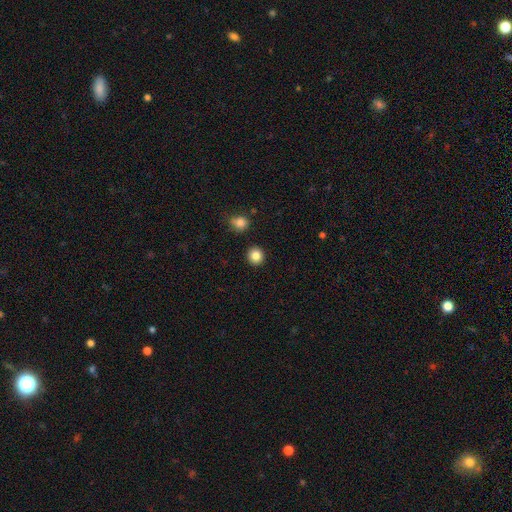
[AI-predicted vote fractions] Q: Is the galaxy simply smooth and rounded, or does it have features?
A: smooth — 85%.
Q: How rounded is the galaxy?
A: round — 90%.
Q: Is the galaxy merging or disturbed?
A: none — 91%.